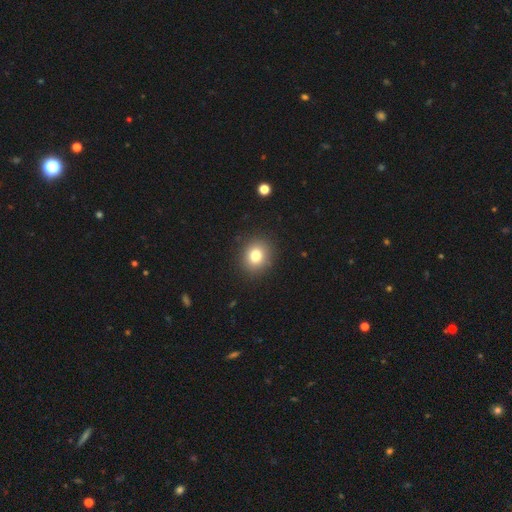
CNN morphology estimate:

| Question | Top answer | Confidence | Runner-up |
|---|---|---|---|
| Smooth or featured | smooth | 80% | star or artifact (12%) |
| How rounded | round | 77% | in between (22%) |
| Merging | none | 90% | minor disturbance (7%) |